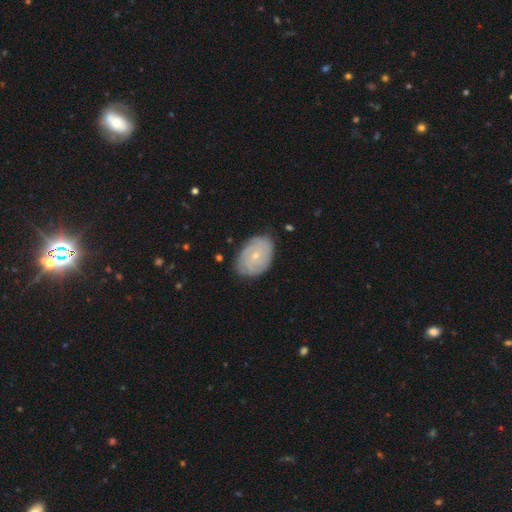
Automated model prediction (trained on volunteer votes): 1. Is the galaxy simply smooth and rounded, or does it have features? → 71% featured or disk, 23% smooth, 6% star or artifact.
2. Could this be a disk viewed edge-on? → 97% no, 3% yes.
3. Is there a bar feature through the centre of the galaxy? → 77% no, 20% weak, 3% strong.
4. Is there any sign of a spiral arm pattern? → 89% yes, 11% no.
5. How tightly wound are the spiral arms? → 74% tight, 21% medium, 6% loose.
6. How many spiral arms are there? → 41% can't tell, 20% 2, 17% 3, 12% 4, 5% more than 4, 5% 1.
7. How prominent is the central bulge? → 73% small, 24% moderate, 1% none, 1% large, 1% dominant.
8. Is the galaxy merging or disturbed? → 78% none, 17% minor disturbance, 3% major disturbance, 1% merger.